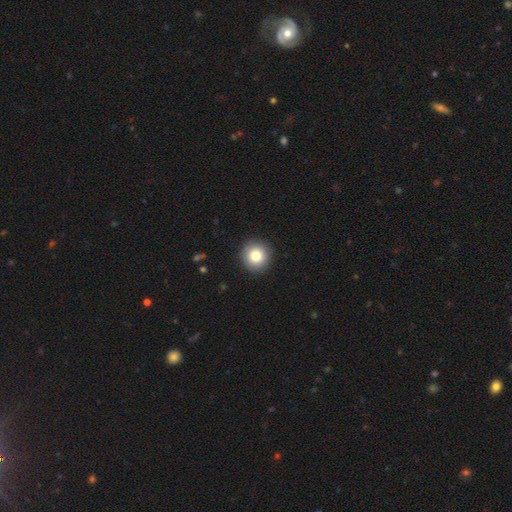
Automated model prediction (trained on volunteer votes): Morphology: type=smooth (83%); roundness=round (93%); merging=none (91%).